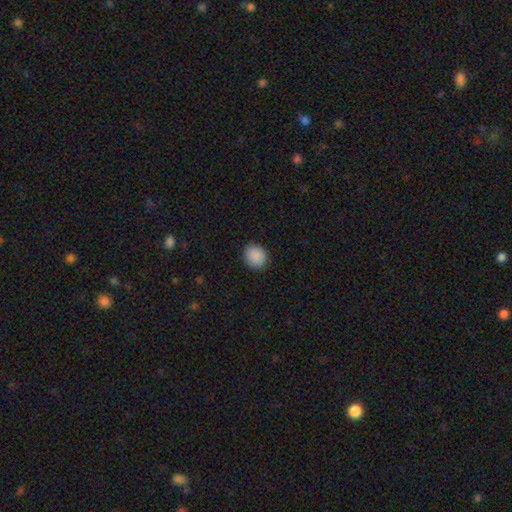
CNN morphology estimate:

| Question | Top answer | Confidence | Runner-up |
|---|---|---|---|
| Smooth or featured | smooth | 89% | star or artifact (8%) |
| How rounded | round | 70% | in between (29%) |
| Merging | none | 89% | minor disturbance (8%) |